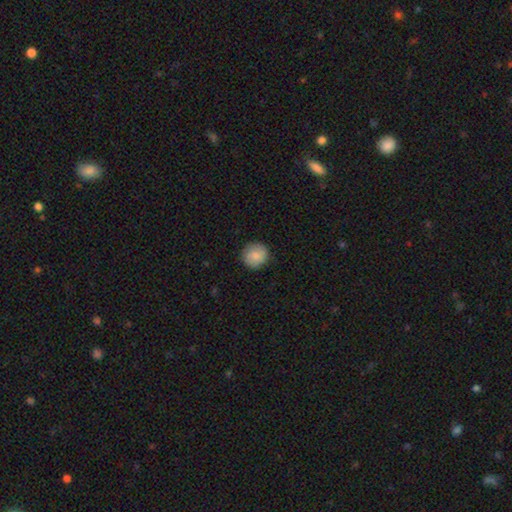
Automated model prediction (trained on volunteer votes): Q: Smooth or featured?
A: smooth (81%); runner-up: featured or disk (12%)
Q: How rounded?
A: round (93%); runner-up: in between (6%)
Q: Merging?
A: none (89%); runner-up: minor disturbance (8%)